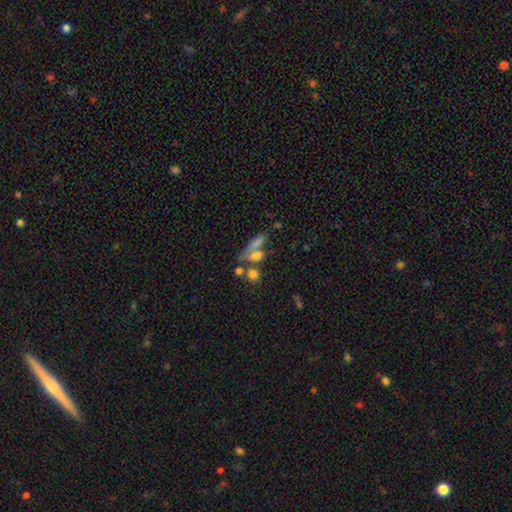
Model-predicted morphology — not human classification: The model was most divided on "merging": none: 41%, merger: 37%, minor disturbance: 12%, major disturbance: 9%. Remaining: smooth or featured — smooth (71%); how rounded — in between (49%).